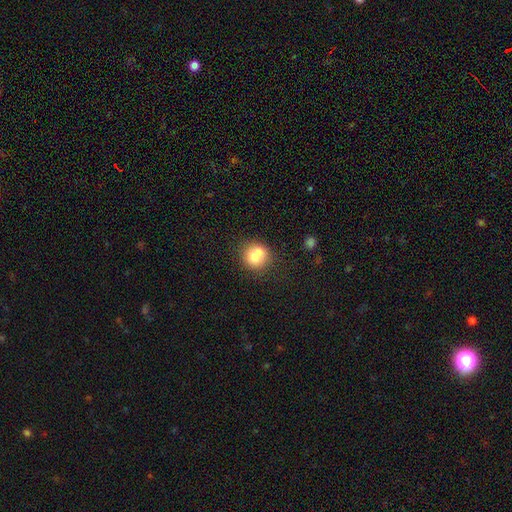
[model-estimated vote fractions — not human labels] Overall: smooth (71%). How rounded: round (87%). Merging: none (48%; merger 40%).